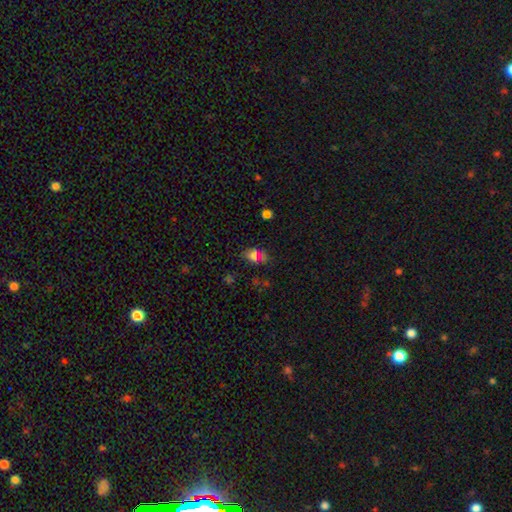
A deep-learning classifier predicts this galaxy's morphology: smooth_or_featured: smooth (p=0.62) [alt: star or artifact p=0.26]
how_rounded: in between (p=0.71) [alt: round p=0.24]
merging: none (p=0.66) [alt: minor disturbance p=0.18]